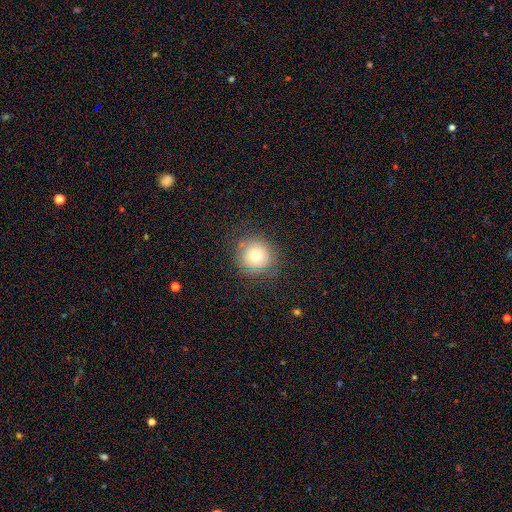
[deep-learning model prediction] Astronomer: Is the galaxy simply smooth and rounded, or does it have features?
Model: smooth — 70%.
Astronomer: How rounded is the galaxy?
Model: round — 93%.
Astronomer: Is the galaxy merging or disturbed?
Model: none — 83%.